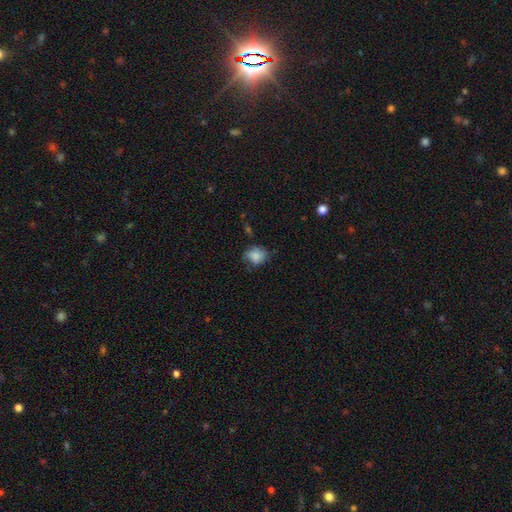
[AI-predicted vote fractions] smooth_or_featured: smooth (p=0.78) [alt: featured or disk p=0.13]
how_rounded: round (p=0.57) [alt: in between p=0.42]
merging: none (p=0.56) [alt: minor disturbance p=0.32]